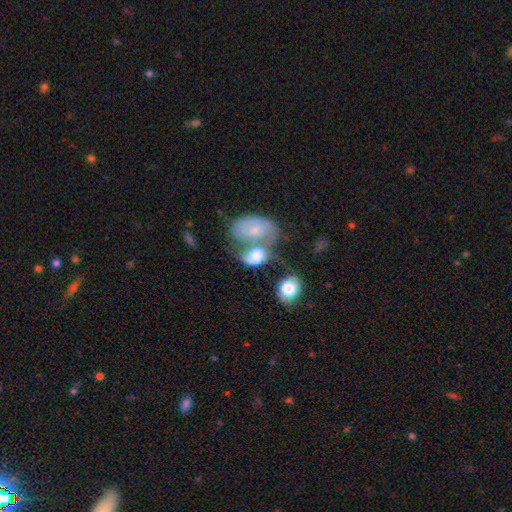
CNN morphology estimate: Smooth or featured? Predicted: smooth (p=0.55). How rounded? Predicted: in between (p=0.73). Merging? Predicted: merger (p=0.54).